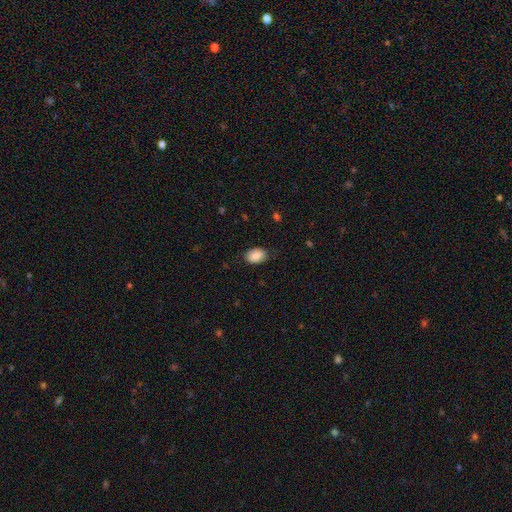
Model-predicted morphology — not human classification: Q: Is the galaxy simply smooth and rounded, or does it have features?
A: smooth — 89%.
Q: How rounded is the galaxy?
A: in between — 85%.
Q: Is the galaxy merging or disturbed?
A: none — 82%.